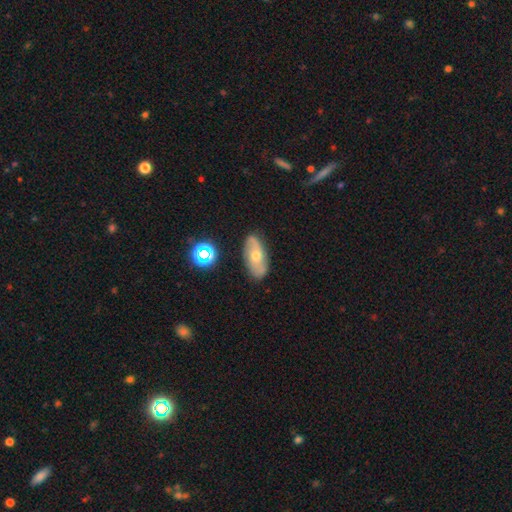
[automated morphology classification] Smooth or featured? featured or disk (51%)
Edge-on disk? no (86%)
Merging? none (81%)